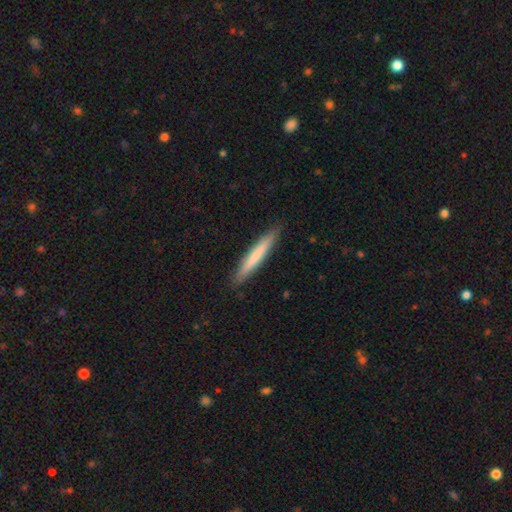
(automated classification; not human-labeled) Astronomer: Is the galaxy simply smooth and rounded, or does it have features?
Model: smooth — 68%.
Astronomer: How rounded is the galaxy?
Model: cigar-shaped — 95%.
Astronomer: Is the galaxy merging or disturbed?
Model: none — 90%.